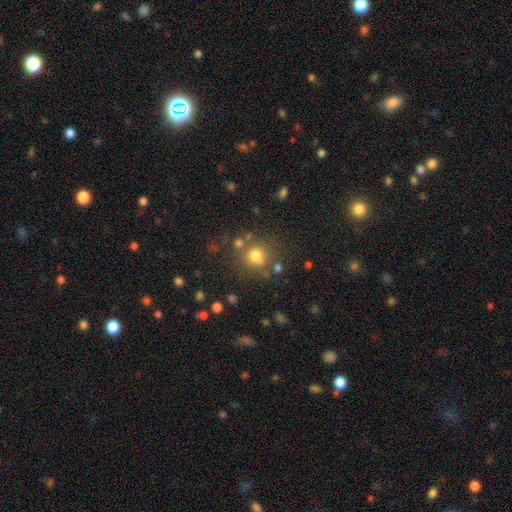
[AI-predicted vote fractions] This appears to be a smooth galaxy with no disk features (73%) that is round (88%). Merging: none (71%).